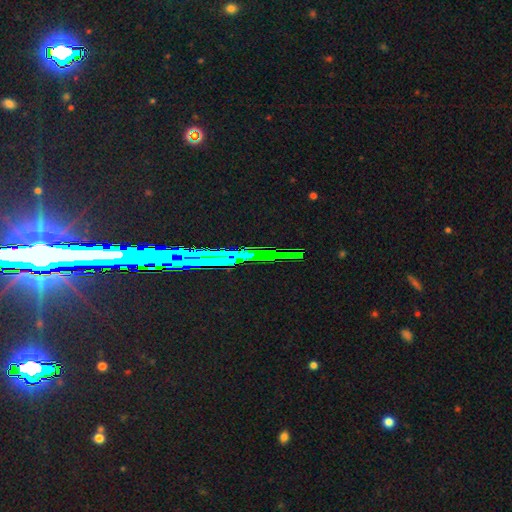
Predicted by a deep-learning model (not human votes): Smooth or featured?
  - star or artifact: 65% *
  - featured or disk: 20%
  - smooth: 14%